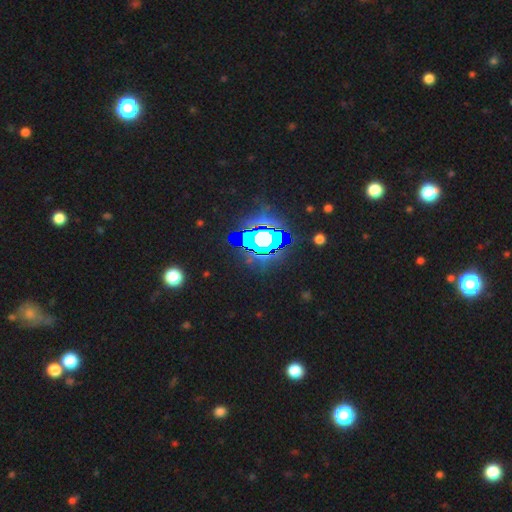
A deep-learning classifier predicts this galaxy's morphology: This appears to be a star or artifact, not a galaxy (82%).